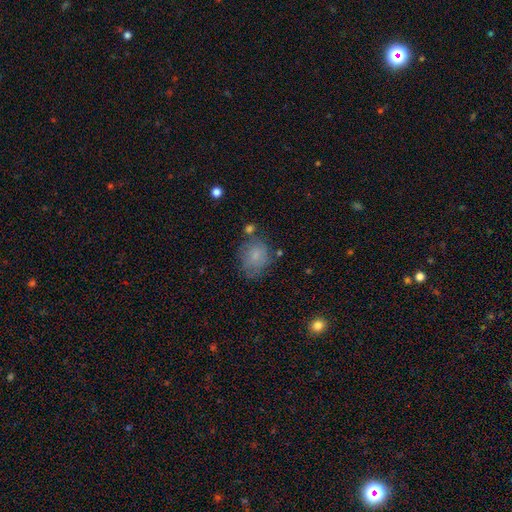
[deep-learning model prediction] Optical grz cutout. It shows a smooth galaxy with no disk features (72%) that is round (58%). Merging: none (58%).